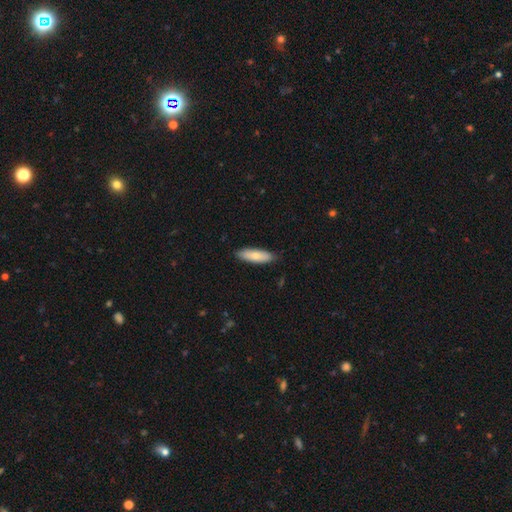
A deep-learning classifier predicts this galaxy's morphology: smooth 74%, featured or disk 20%, star or artifact 5%. Down the decision tree: how rounded — in between (53%); merging — none (87%).